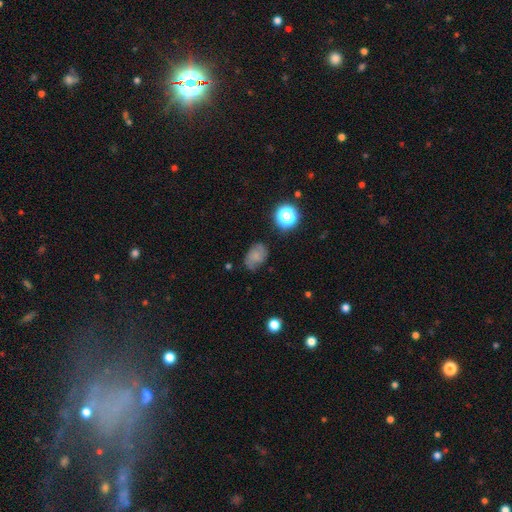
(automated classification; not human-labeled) Q: Smooth or featured?
A: smooth (66%); runner-up: featured or disk (20%)
Q: How rounded?
A: in between (74%); runner-up: round (25%)
Q: Merging?
A: none (59%); runner-up: minor disturbance (29%)